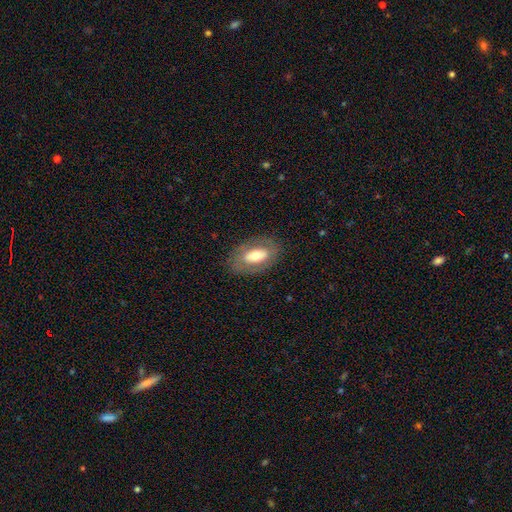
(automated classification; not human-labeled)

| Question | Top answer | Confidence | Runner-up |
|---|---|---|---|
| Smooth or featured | smooth | 51% | featured or disk (42%) |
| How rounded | in between | 90% | round (7%) |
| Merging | none | 80% | minor disturbance (13%) |